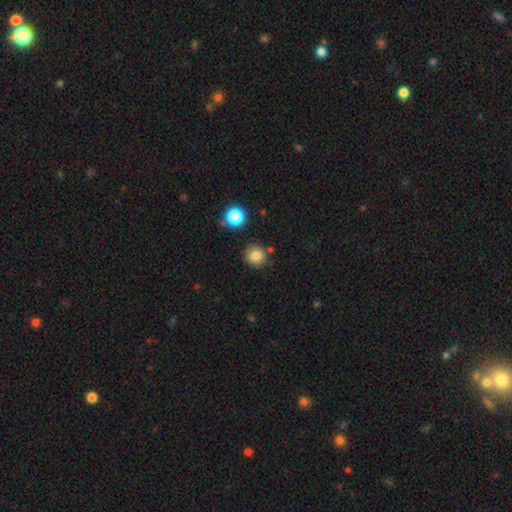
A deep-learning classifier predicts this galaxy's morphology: A smooth galaxy with no disk features (83%) that is round (90%).

Vote fractions:
- Smooth or featured? smooth: 83% / star or artifact: 12% / featured or disk: 6%
- How rounded? round: 90% / in between: 9% / cigar-shaped: 1%
- Merging? none: 81% / minor disturbance: 10% / merger: 6% / major disturbance: 3%